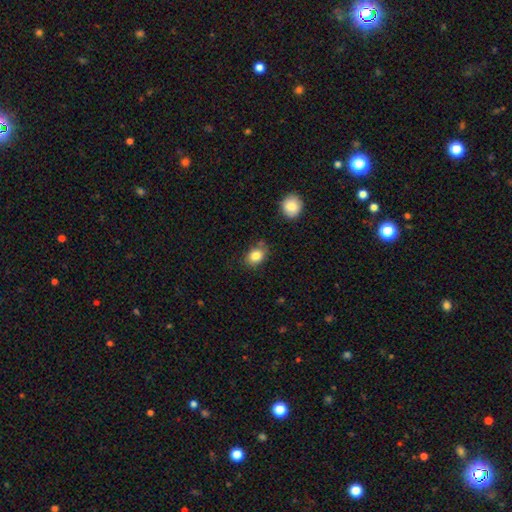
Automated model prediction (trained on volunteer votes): The model was most divided on "how rounded": in between: 65%, round: 34%, cigar-shaped: 1%. More confident: smooth or featured — smooth (84%); merging — none (73%).